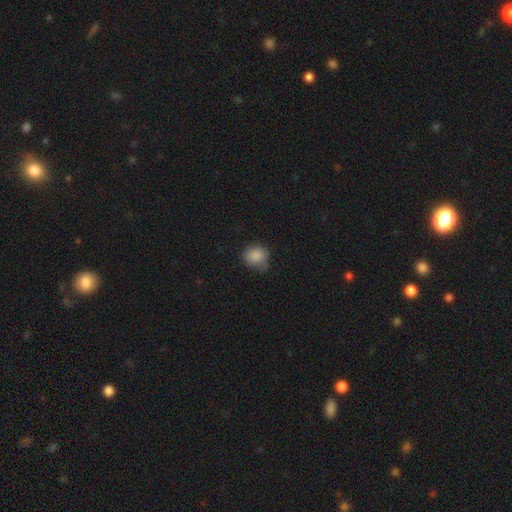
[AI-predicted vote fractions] Smooth or featured?
  - smooth: 86% *
  - star or artifact: 9%
  - featured or disk: 4%
How rounded?
  - round: 69% *
  - in between: 30%
  - cigar-shaped: 1%
Merging?
  - none: 60% *
  - minor disturbance: 31%
  - major disturbance: 7%
  - merger: 2%